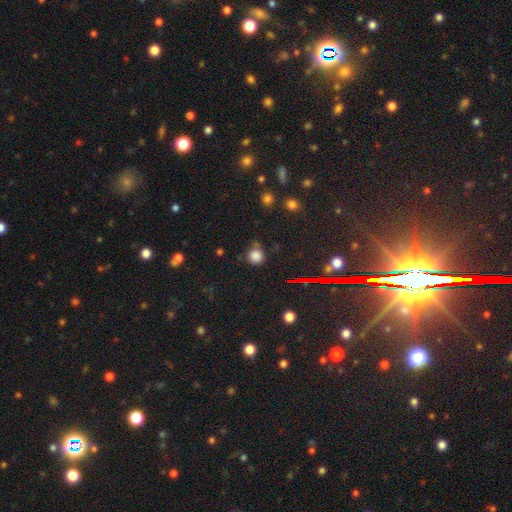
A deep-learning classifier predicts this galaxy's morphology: Overall: smooth (78%). How rounded: round (90%). Merging: none (69%).